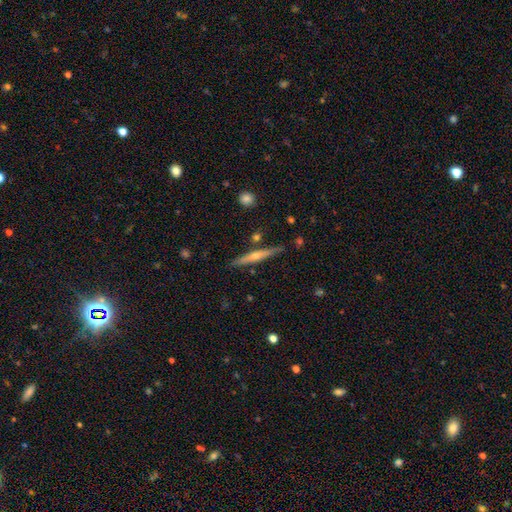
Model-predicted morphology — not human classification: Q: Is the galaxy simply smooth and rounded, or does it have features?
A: featured or disk — 67%.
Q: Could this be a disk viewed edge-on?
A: yes — 97%.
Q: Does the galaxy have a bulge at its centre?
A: rounded — 78%.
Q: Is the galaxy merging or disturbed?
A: none — 86%.